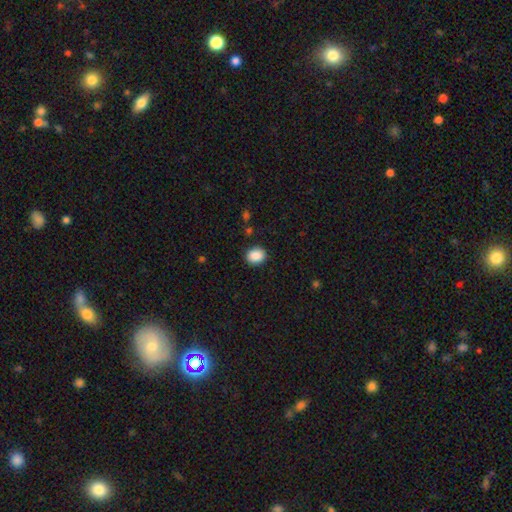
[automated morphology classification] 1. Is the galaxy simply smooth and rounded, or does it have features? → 89% smooth, 8% star or artifact, 3% featured or disk.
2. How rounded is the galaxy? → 60% round, 39% in between, 1% cigar-shaped.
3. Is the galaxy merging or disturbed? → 90% none, 7% minor disturbance, 2% major disturbance, 1% merger.